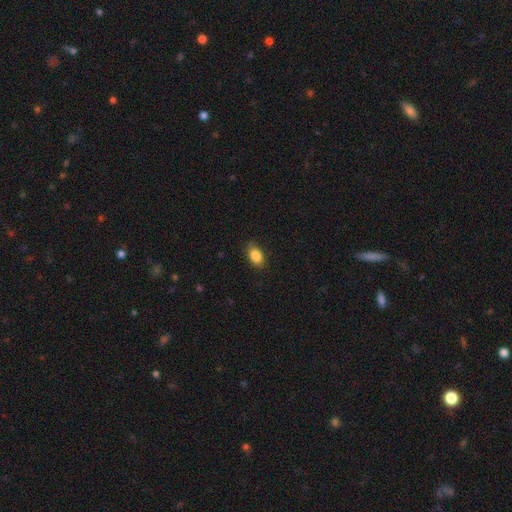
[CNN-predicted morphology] Smooth or featured?
  - smooth: 87% *
  - star or artifact: 8%
  - featured or disk: 5%
How rounded?
  - in between: 88% *
  - round: 10%
  - cigar-shaped: 2%
Merging?
  - none: 84% *
  - minor disturbance: 12%
  - major disturbance: 3%
  - merger: 1%